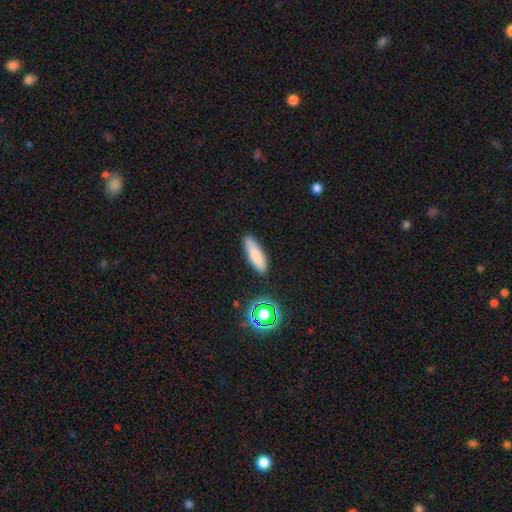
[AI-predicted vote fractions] smooth-or-featured: smooth: 81% | featured or disk: 10% | star or artifact: 9%
  how-rounded: cigar-shaped: 58% | in between: 40% | round: 2%
  merging: none: 86% | minor disturbance: 10% | major disturbance: 2% | merger: 2%